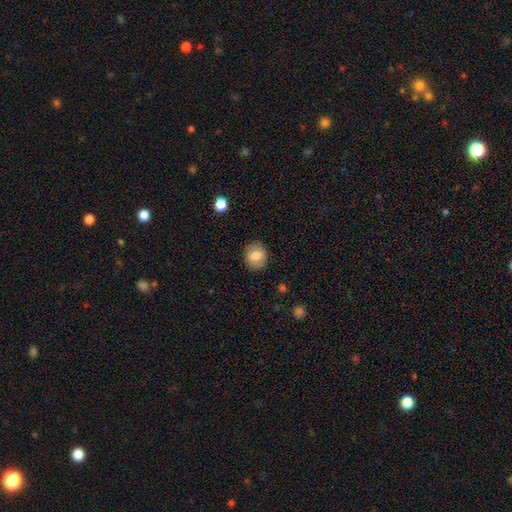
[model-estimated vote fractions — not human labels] Morphology: type=smooth (74%); roundness=round (64%); merging=none (87%).